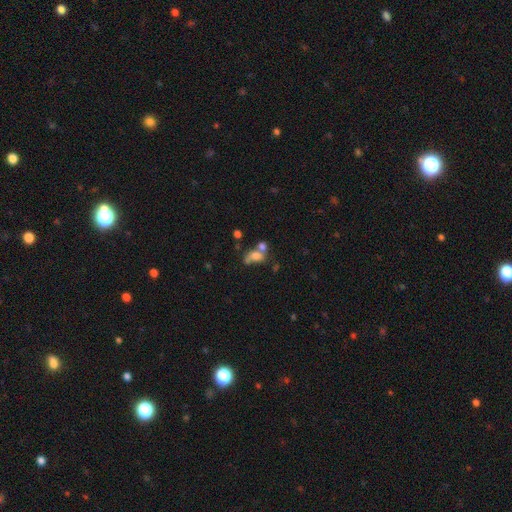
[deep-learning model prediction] Overall: smooth (63%). How rounded: in between (69%). Merging: merger (51%; none 24%).